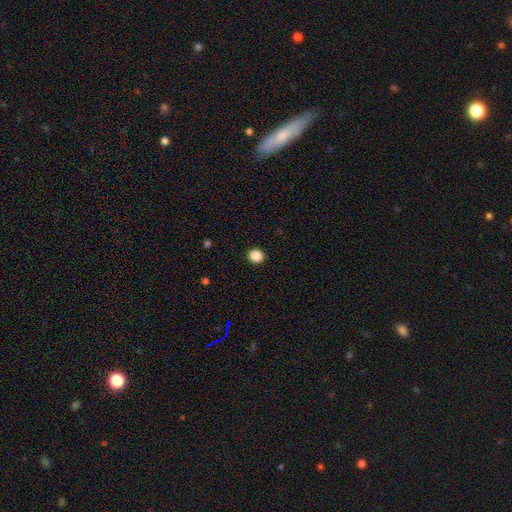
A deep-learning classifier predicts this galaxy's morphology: A smooth galaxy with no disk features (87%) that is round (88%). Merging: none (93%).